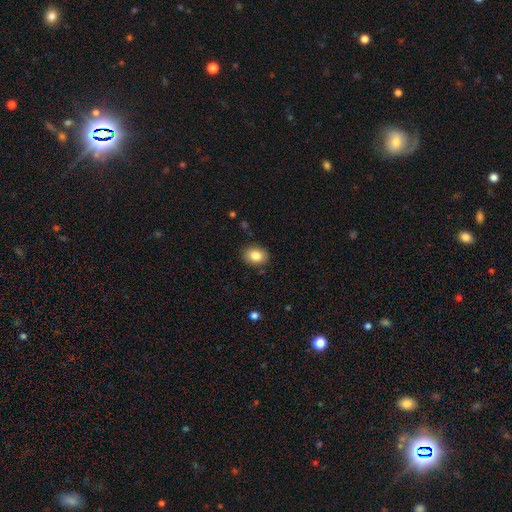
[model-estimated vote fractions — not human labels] Smooth or featured? Predicted: smooth (p=0.84). How rounded? Predicted: in between (p=0.59). Merging? Predicted: none (p=0.88).